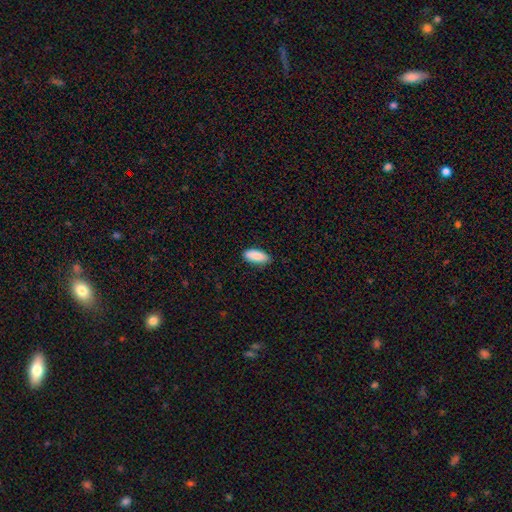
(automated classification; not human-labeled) Smooth or featured?
  - smooth: 89% *
  - star or artifact: 6%
  - featured or disk: 5%
How rounded?
  - in between: 83% *
  - cigar-shaped: 16%
  - round: 2%
Merging?
  - none: 84% *
  - minor disturbance: 13%
  - major disturbance: 2%
  - merger: 1%